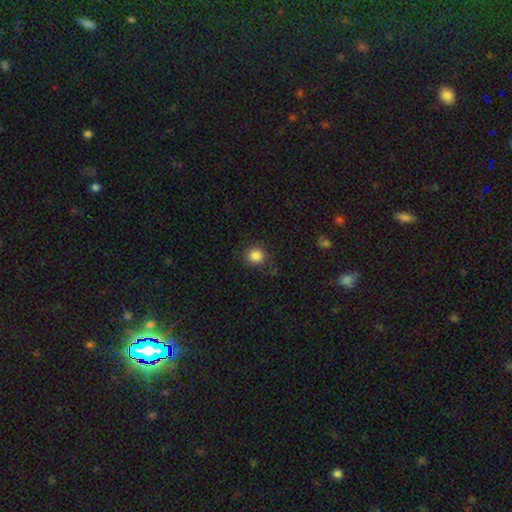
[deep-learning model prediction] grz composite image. It shows a smooth galaxy with no disk features (85%) that is round (87%). Merging: none (86%).